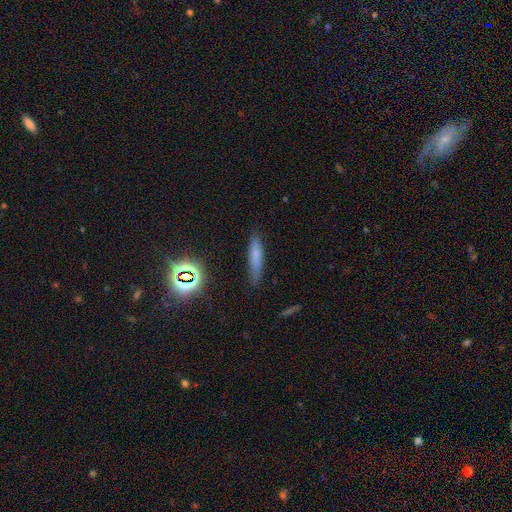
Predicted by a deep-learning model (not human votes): smooth-or-featured: smooth: 68% | featured or disk: 17% | star or artifact: 15%
  how-rounded: cigar-shaped: 84% | in between: 14% | round: 2%
  merging: none: 81% | minor disturbance: 14% | major disturbance: 3% | merger: 2%